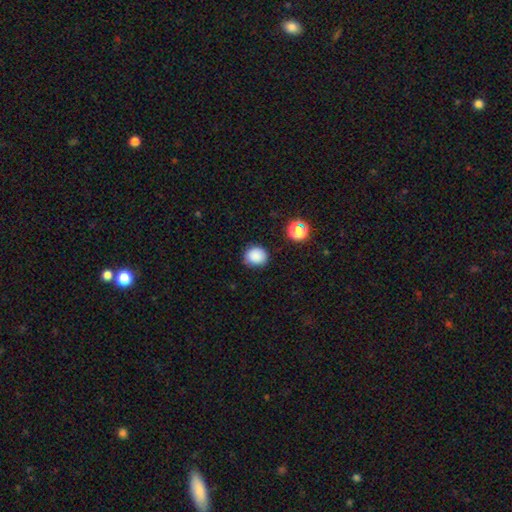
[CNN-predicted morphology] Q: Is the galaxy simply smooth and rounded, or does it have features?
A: smooth — 86%.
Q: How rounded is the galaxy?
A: round — 78%.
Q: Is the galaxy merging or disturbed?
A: none — 82%.